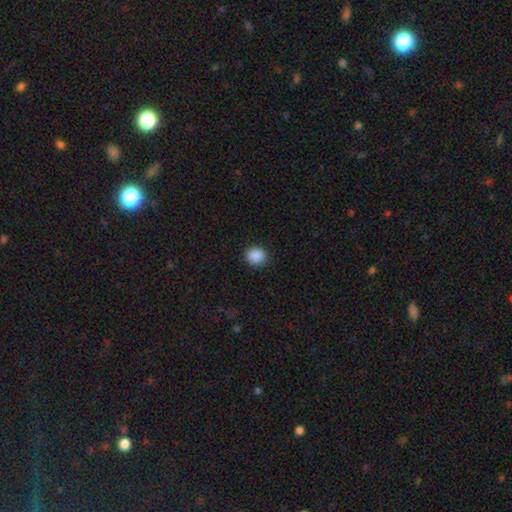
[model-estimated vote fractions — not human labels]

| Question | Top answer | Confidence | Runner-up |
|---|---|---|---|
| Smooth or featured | smooth | 89% | star or artifact (9%) |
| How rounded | round | 84% | in between (15%) |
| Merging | none | 91% | minor disturbance (6%) |